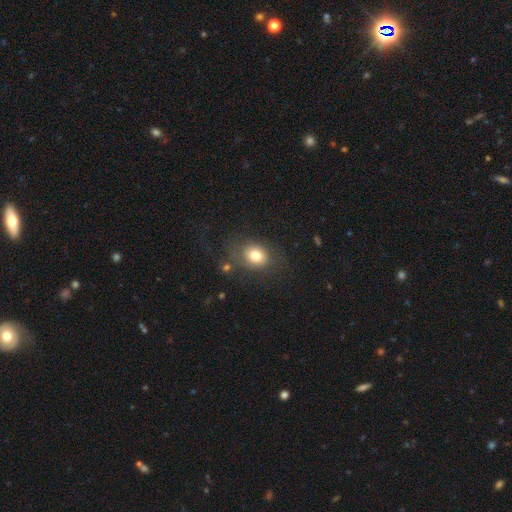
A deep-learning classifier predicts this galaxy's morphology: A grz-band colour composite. It shows a smooth galaxy with no disk features (76%) that is round (50%). Merging: none (70%).